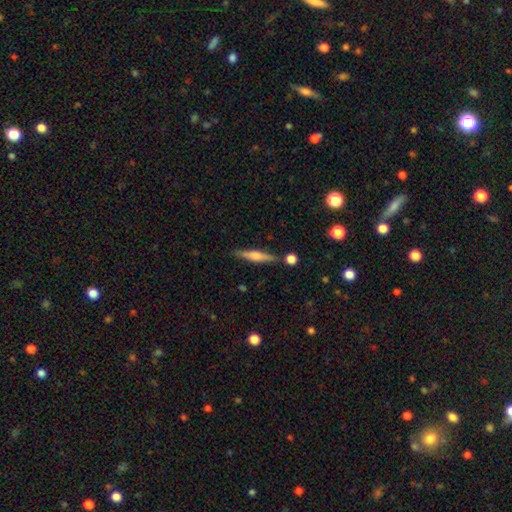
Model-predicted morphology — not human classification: Smooth or featured? Predicted: smooth (p=0.49). Merging? Predicted: none (p=0.80).